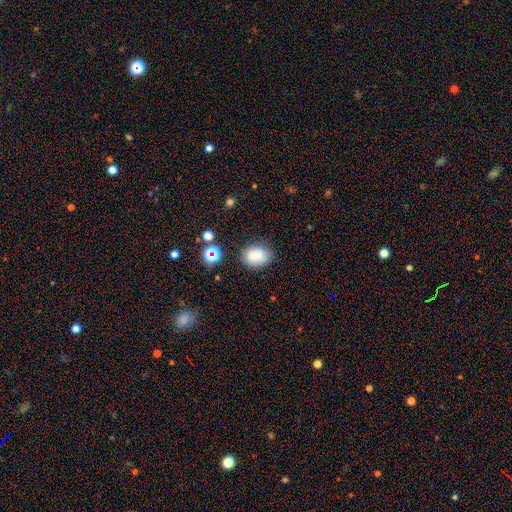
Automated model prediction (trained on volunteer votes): Overall: smooth (80%). How rounded: in between (66%; round 33%). Merging: none (76%).